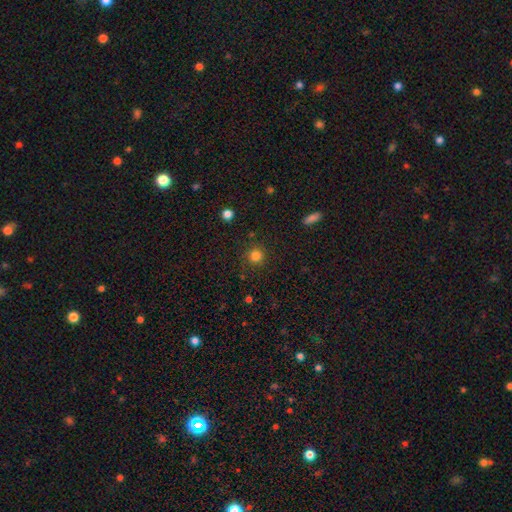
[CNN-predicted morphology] Q: Smooth or featured?
A: smooth (82%); runner-up: star or artifact (13%)
Q: How rounded?
A: round (94%); runner-up: in between (5%)
Q: Merging?
A: none (88%); runner-up: minor disturbance (7%)